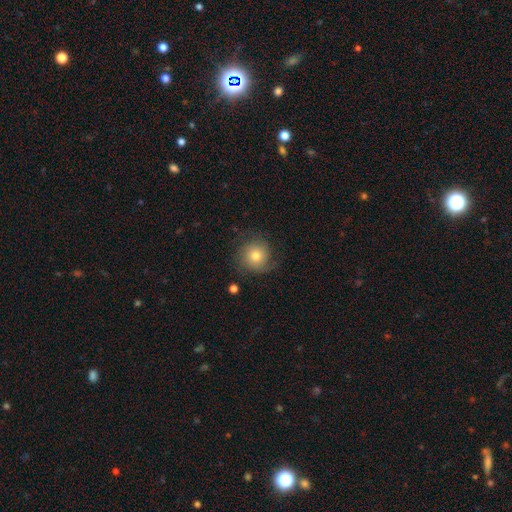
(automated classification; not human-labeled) Smooth or featured? smooth (64%)
How rounded? round (90%)
Merging? none (67%)